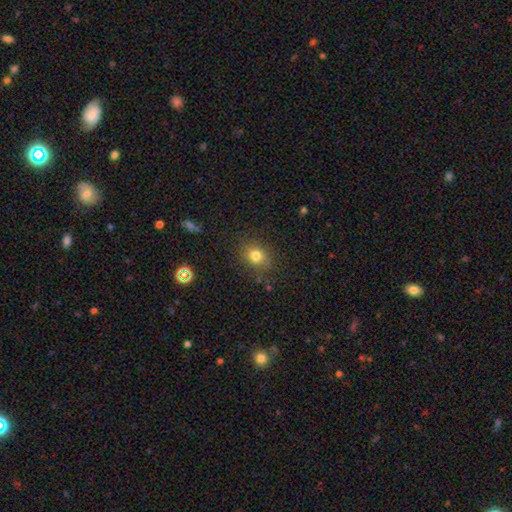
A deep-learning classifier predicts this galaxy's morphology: type=smooth (78%); roundness=round (62%); merging=none (82%).